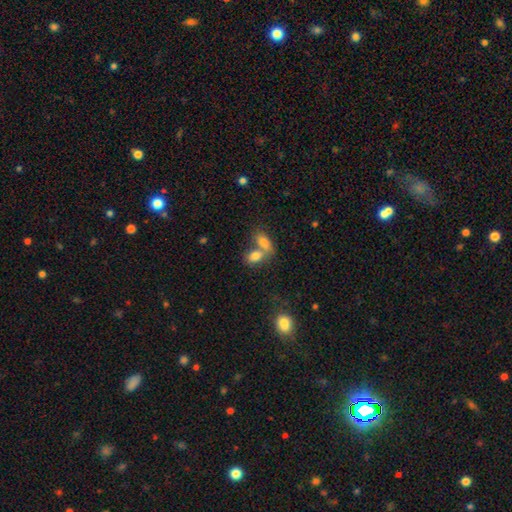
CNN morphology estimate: Overall: smooth (80%). How rounded: in between (83%). Merging: merger (60%; none 28%).